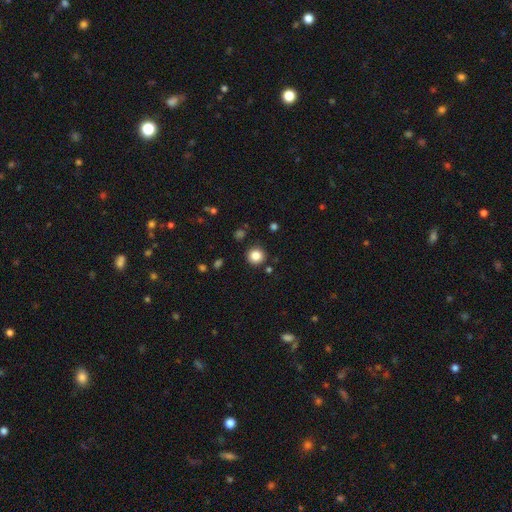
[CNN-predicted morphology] Smooth or featured? Predicted: smooth (p=0.85). How rounded? Predicted: round (p=0.94). Merging? Predicted: none (p=0.89).